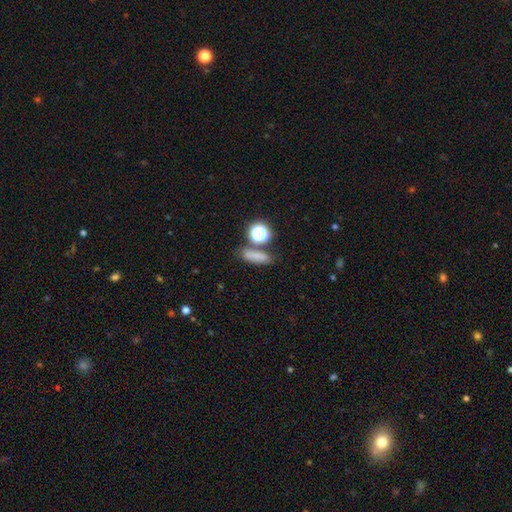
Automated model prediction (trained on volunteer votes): smooth 72%, star or artifact 18%, featured or disk 10%. Down the decision tree: how rounded — in between (40%); merging — none (69%).